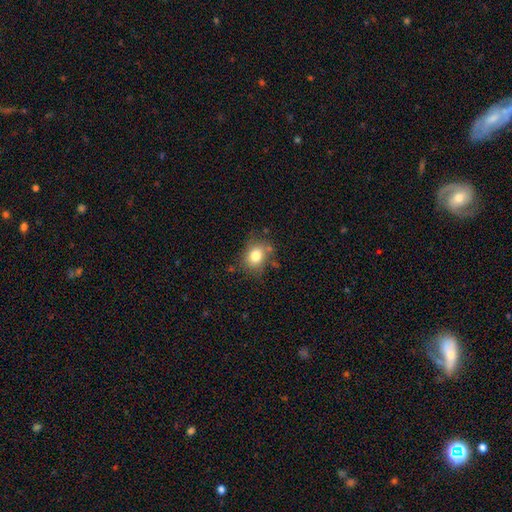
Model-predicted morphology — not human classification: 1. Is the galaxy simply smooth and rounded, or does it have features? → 80% smooth, 10% star or artifact, 10% featured or disk.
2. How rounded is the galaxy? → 50% in between, 49% round, 1% cigar-shaped.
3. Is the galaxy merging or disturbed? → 71% none, 20% minor disturbance, 6% major disturbance, 4% merger.